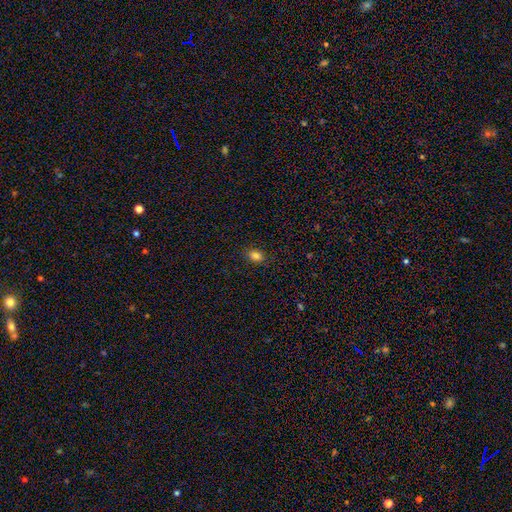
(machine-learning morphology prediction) Smooth or featured? Predicted: smooth (p=0.83). How rounded? Predicted: in between (p=0.71). Merging? Predicted: none (p=0.87).